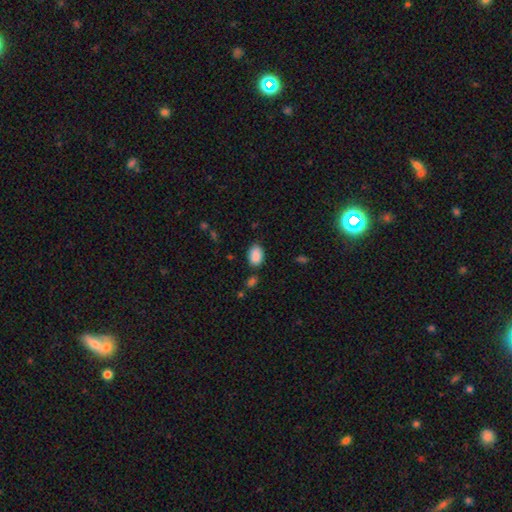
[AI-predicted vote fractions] Smooth or featured: smooth — 89% (star or artifact — 8%)
How rounded: in between — 86% (round — 13%)
Merging: none — 78% (minor disturbance — 14%)